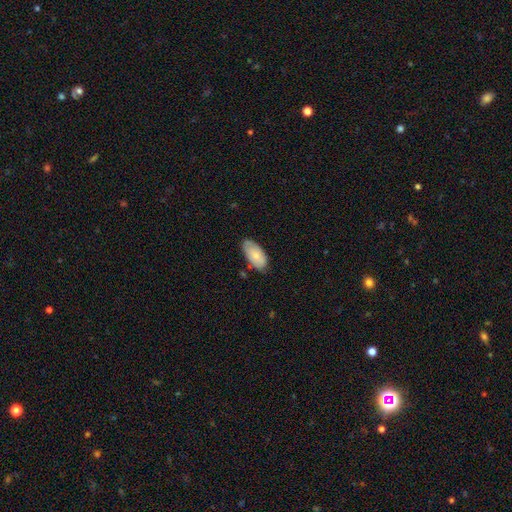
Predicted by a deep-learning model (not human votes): smooth 70%, featured or disk 24%, star or artifact 6%. Down the decision tree: how rounded — in between (94%); merging — none (69%).